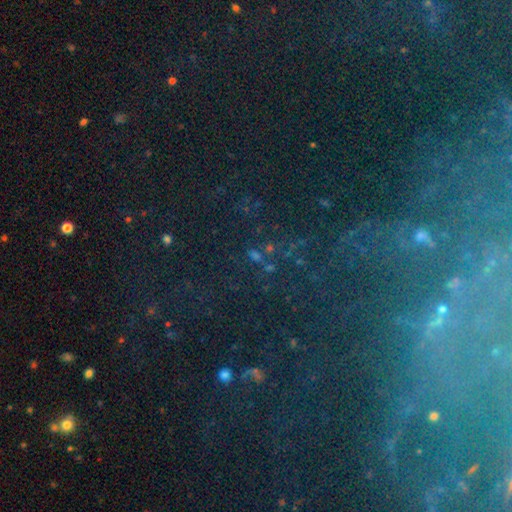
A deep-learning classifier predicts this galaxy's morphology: A star or artifact, not a galaxy (72%).

Vote fractions:
- Smooth or featured? star or artifact: 72% / smooth: 14% / featured or disk: 13%